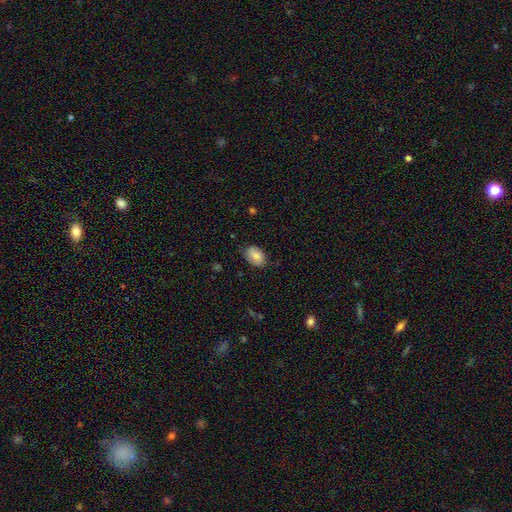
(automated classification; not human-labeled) Smooth or featured? Predicted: smooth (p=0.82). How rounded? Predicted: in between (p=0.84). Merging? Predicted: none (p=0.77).